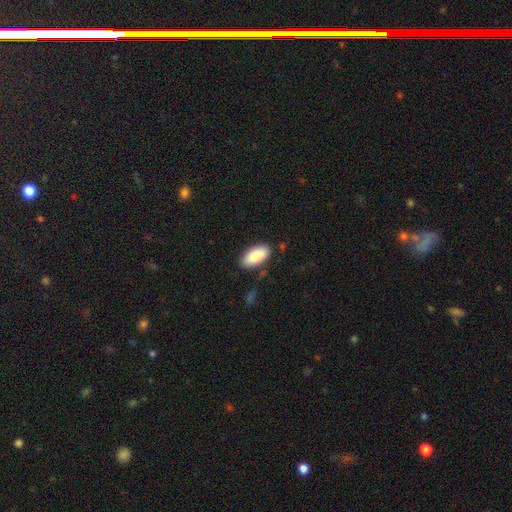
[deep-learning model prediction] smooth_or_featured: smooth (p=0.89) [alt: star or artifact p=0.06]
how_rounded: in between (p=0.92) [alt: cigar-shaped p=0.06]
merging: none (p=0.83) [alt: minor disturbance p=0.12]